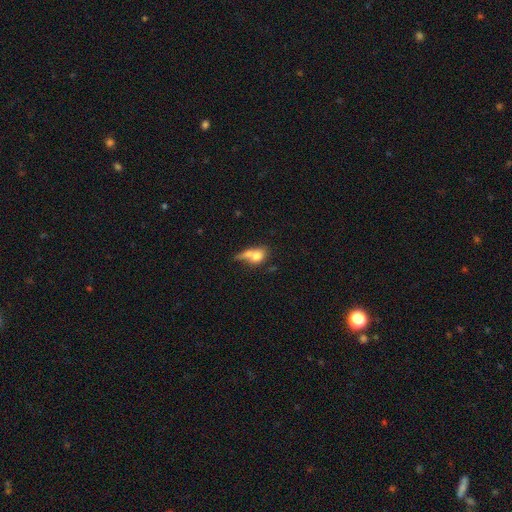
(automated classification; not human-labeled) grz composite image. It shows a smooth galaxy with no disk features (70%) that is in between round and cigar-shaped (58%). Merging: merger (50%).